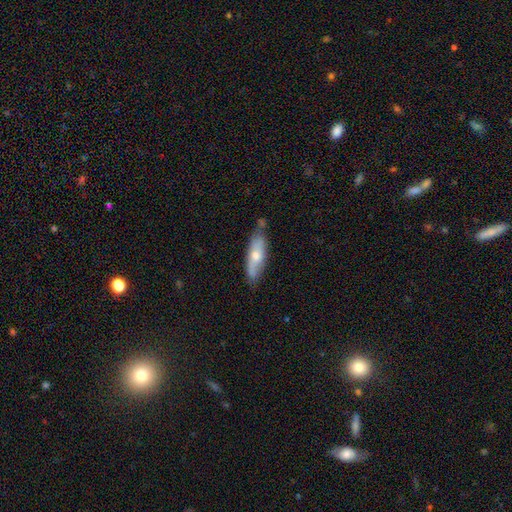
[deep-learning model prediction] A smooth galaxy with no disk features (50%) that is cigar-shaped (53%). Merging: none (68%).